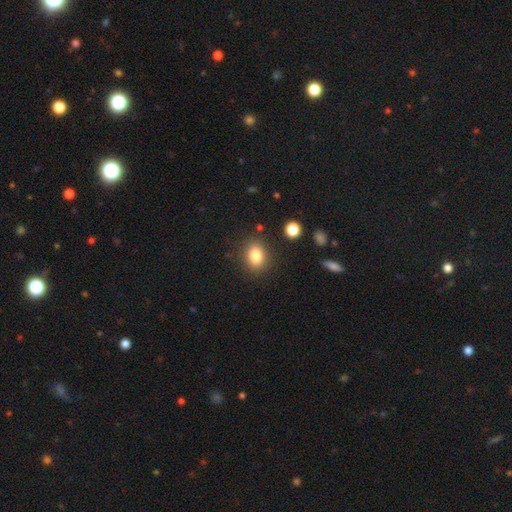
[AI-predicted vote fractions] Q: Smooth or featured?
A: smooth (82%); runner-up: star or artifact (10%)
Q: How rounded?
A: in between (60%); runner-up: round (38%)
Q: Merging?
A: none (85%); runner-up: minor disturbance (10%)